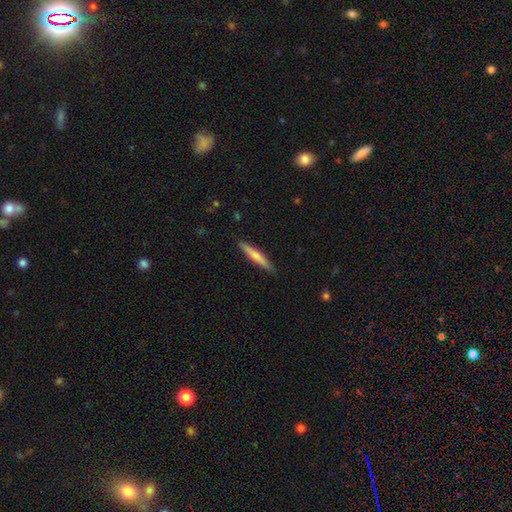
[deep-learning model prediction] smooth-or-featured: smooth: 69% | featured or disk: 26% | star or artifact: 5%
  how-rounded: cigar-shaped: 93% | in between: 6% | round: 1%
  merging: none: 90% | minor disturbance: 8% | major disturbance: 1% | merger: 1%